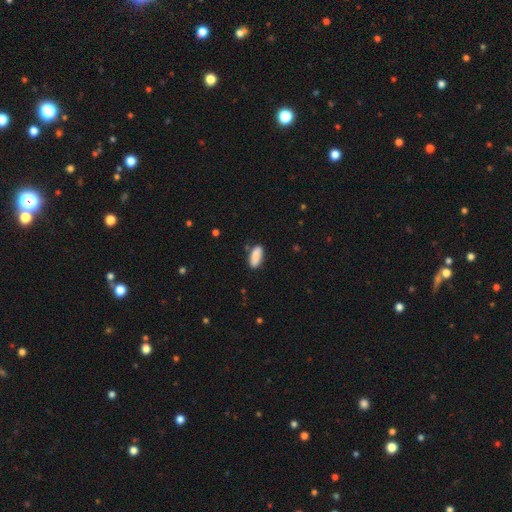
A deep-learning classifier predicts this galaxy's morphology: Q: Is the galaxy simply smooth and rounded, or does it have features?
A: smooth — 88%.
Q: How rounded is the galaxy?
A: in between — 80%.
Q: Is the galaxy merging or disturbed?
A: none — 80%.